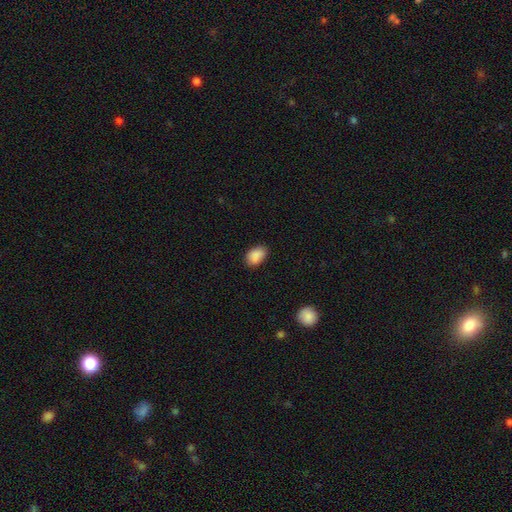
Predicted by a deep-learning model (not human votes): This is clearly a smooth galaxy (89%). How rounded: clearly in between (86%). Merging: clearly none (80%).